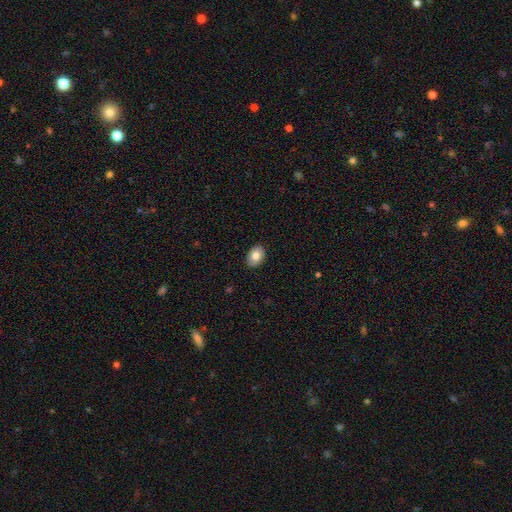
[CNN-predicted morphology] A smooth galaxy with no disk features (78%) that is in between round and cigar-shaped (75%). Merging: none (89%).